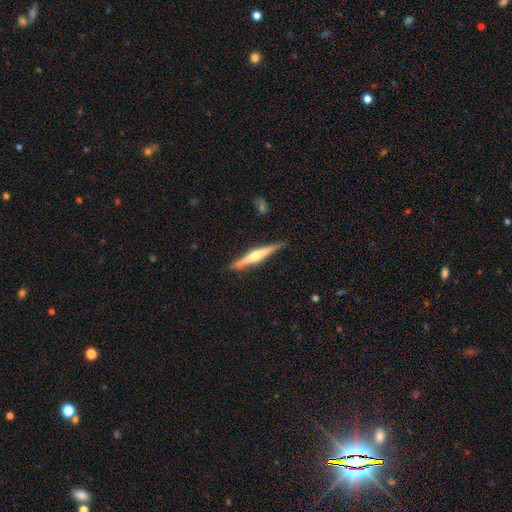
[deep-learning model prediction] Q: Smooth or featured?
A: featured or disk (65%); runner-up: smooth (30%)
Q: Edge-on disk?
A: yes (97%); runner-up: no (3%)
Q: Edge-on bulge?
A: rounded (72%); runner-up: none (16%)
Q: Merging?
A: none (86%); runner-up: minor disturbance (11%)